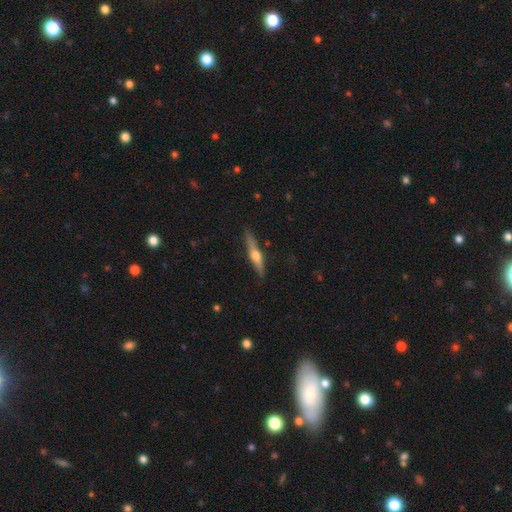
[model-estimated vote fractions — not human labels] Smooth or featured? featured or disk (60%)
Edge-on disk? yes (96%)
Edge-on bulge? rounded (91%)
Merging? none (86%)